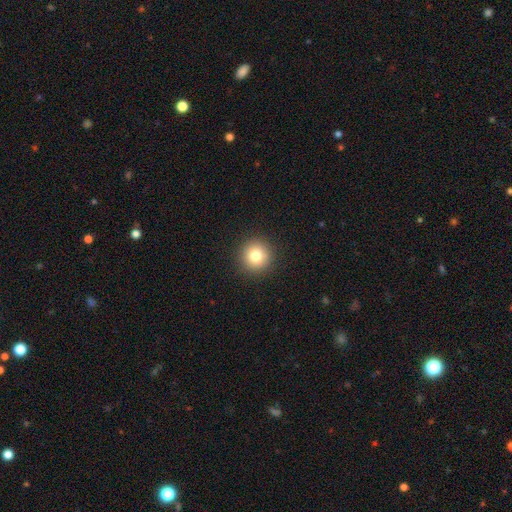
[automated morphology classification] Smooth or featured? smooth (80%)
How rounded? round (94%)
Merging? none (92%)